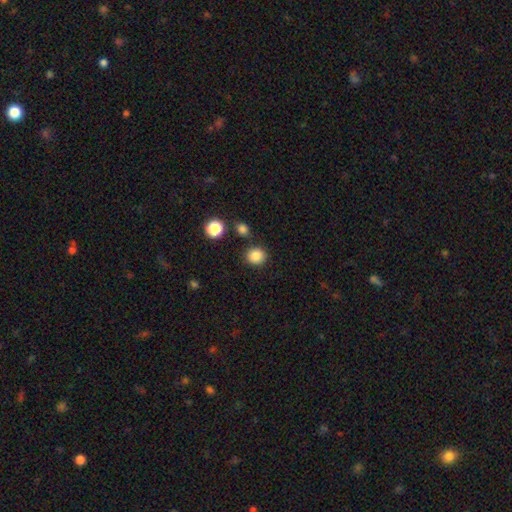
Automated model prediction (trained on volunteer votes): Smooth or featured?
  - smooth: 85% *
  - star or artifact: 11%
  - featured or disk: 4%
How rounded?
  - round: 84% *
  - in between: 15%
  - cigar-shaped: 1%
Merging?
  - none: 84% *
  - minor disturbance: 8%
  - merger: 5%
  - major disturbance: 3%